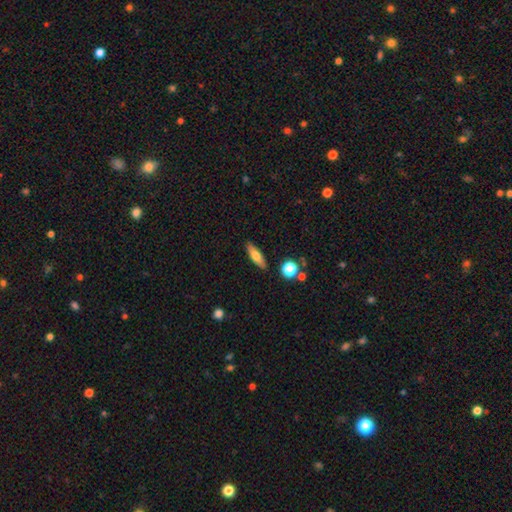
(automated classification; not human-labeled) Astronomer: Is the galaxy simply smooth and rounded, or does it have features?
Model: smooth — 65%.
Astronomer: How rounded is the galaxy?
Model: cigar-shaped — 54% (runner-up: in between, 42%).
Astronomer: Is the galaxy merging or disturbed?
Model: none — 87%.